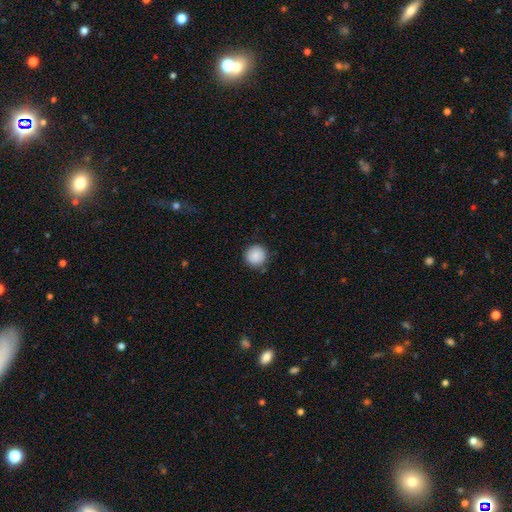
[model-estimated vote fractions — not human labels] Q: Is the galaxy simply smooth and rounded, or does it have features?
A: smooth — 88%.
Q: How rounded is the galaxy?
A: round — 95%.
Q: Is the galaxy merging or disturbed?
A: none — 86%.